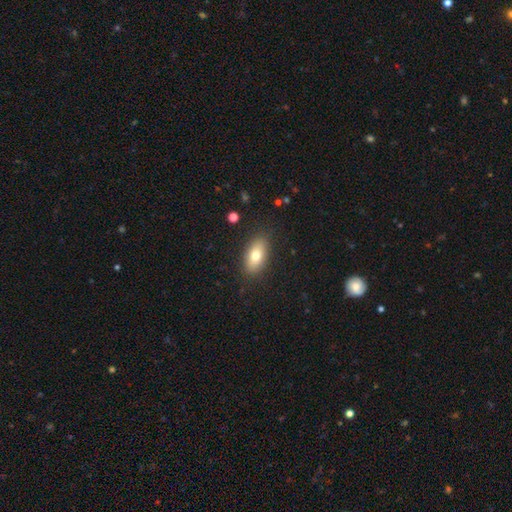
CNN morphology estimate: smooth_or_featured: smooth (p=0.75) [alt: featured or disk p=0.18]
how_rounded: in between (p=0.88) [alt: cigar-shaped p=0.07]
merging: none (p=0.86) [alt: minor disturbance p=0.10]